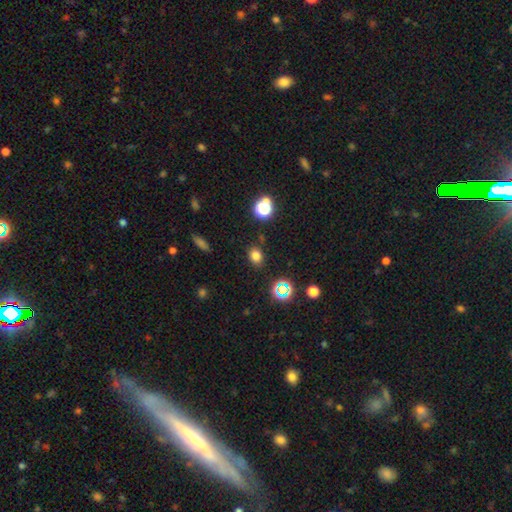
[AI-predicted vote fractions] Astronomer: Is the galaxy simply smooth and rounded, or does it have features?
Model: smooth — 76%.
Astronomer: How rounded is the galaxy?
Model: in between — 50% (runner-up: round, 49%).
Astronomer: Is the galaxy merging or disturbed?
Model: none — 84%.